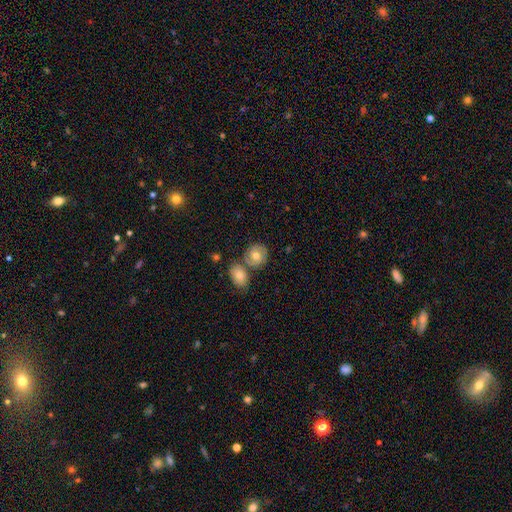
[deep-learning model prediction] This is possibly a smooth galaxy (60%). How rounded: likely round (69%). Merging: possibly none (58%).